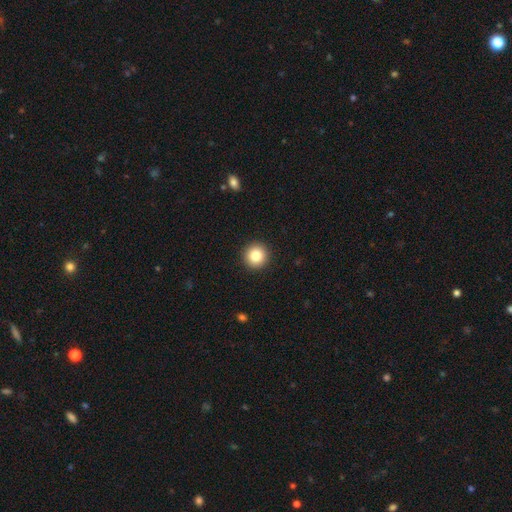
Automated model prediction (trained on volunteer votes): Morphology: type=smooth (83%); roundness=round (95%); merging=none (93%).